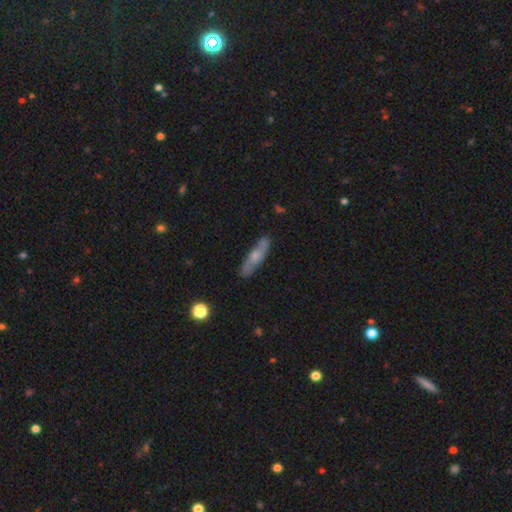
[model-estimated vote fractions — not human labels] Smooth or featured?
  - smooth: 47% * (tied)
  - featured or disk: 47% * (tied)
  - star or artifact: 7%
Merging?
  - none: 83% *
  - minor disturbance: 13%
  - major disturbance: 2%
  - merger: 2%